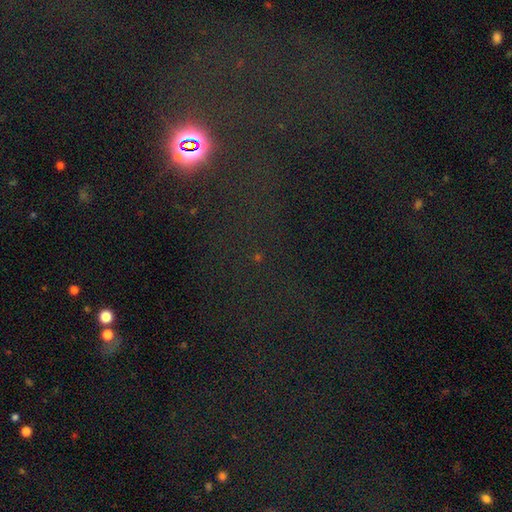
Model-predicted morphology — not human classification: Smooth or featured? Predicted: star or artifact (p=0.78).